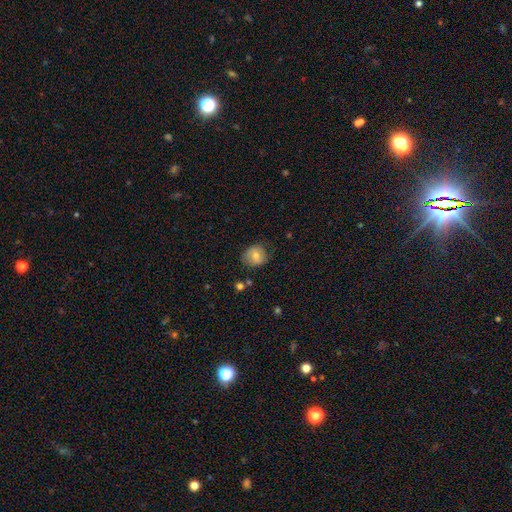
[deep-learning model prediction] Smooth or featured? smooth (70%)
How rounded? round (75%)
Merging? none (71%)